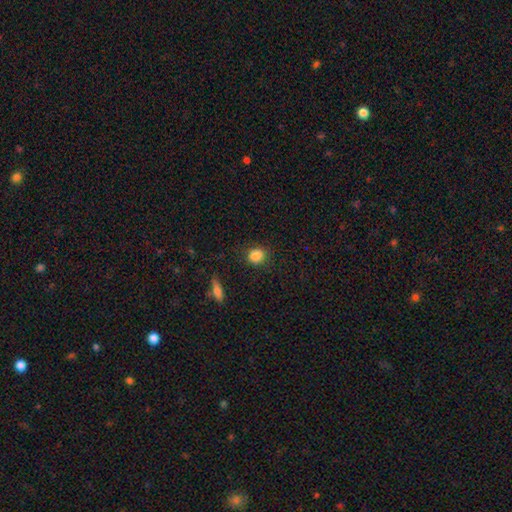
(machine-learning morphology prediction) Smooth or featured? smooth (85%)
How rounded? round (64%)
Merging? none (81%)